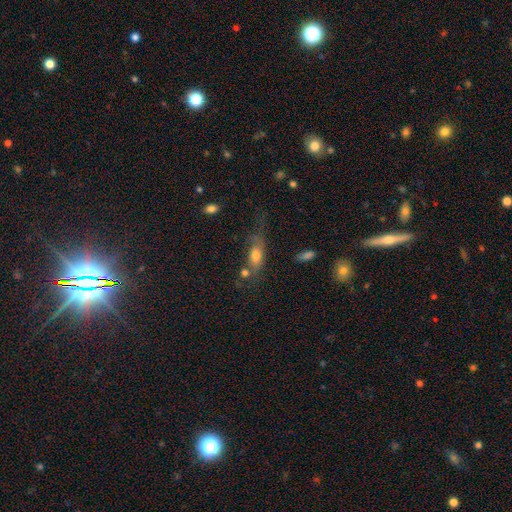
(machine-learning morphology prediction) smooth_or_featured: smooth (p=0.67) [alt: featured or disk p=0.23]
how_rounded: in between (p=0.71) [alt: cigar-shaped p=0.21]
merging: none (p=0.42) [alt: minor disturbance p=0.25]